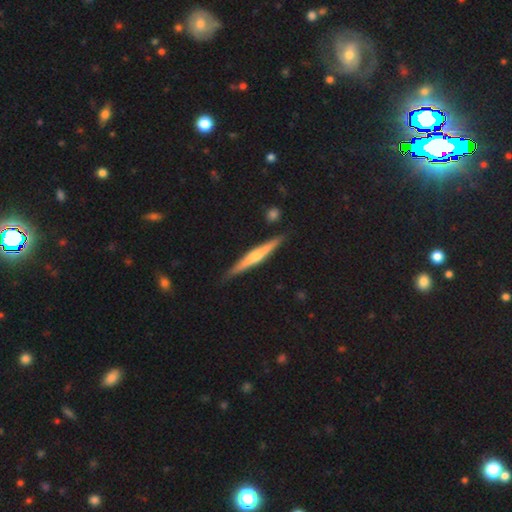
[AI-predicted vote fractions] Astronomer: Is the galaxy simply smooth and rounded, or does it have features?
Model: featured or disk — 68%.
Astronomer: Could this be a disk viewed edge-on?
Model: yes — 98%.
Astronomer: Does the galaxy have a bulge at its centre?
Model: rounded — 77%.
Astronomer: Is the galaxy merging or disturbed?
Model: none — 89%.